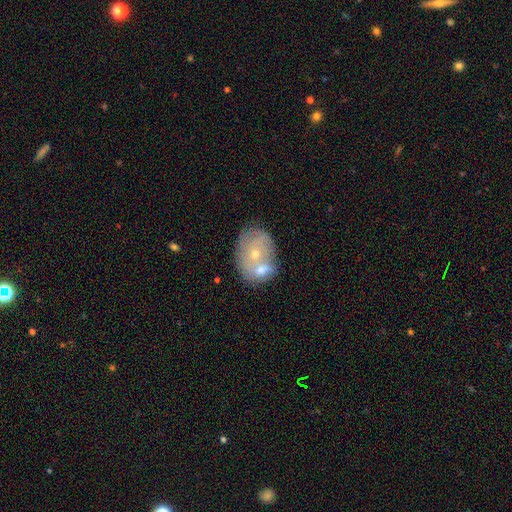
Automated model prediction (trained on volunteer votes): Smooth or featured?
  - featured or disk: 50% *
  - smooth: 42%
  - star or artifact: 9%
Merging?
  - merger: 53% *
  - none: 30%
  - minor disturbance: 12%
  - major disturbance: 5%